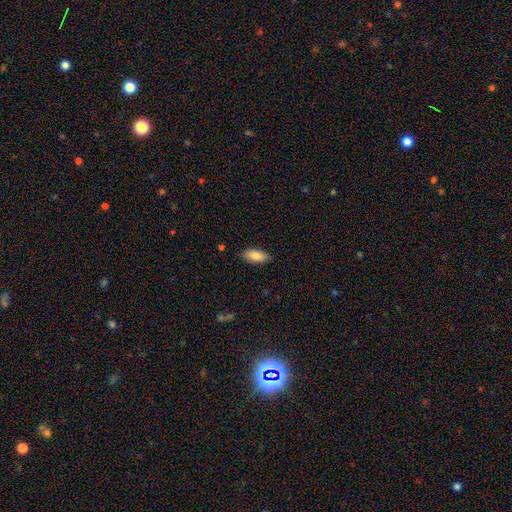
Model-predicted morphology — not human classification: A smooth galaxy with no disk features (83%) that is in between round and cigar-shaped (87%). Merging: none (87%).